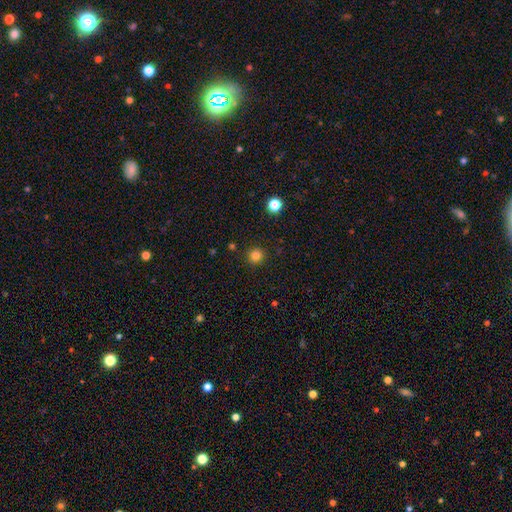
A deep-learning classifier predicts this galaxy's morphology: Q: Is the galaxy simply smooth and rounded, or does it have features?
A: smooth — 82%.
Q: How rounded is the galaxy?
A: round — 94%.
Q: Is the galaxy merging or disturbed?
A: none — 91%.